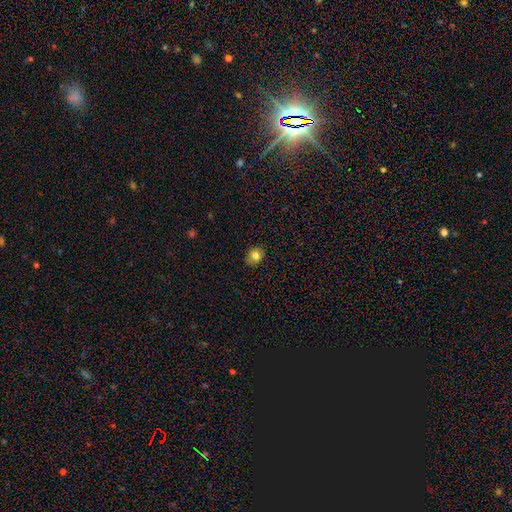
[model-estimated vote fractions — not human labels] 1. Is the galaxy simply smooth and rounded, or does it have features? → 80% smooth, 12% star or artifact, 8% featured or disk.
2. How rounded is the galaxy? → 65% round, 34% in between, 1% cigar-shaped.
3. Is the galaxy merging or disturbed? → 84% none, 12% minor disturbance, 2% major disturbance, 1% merger.